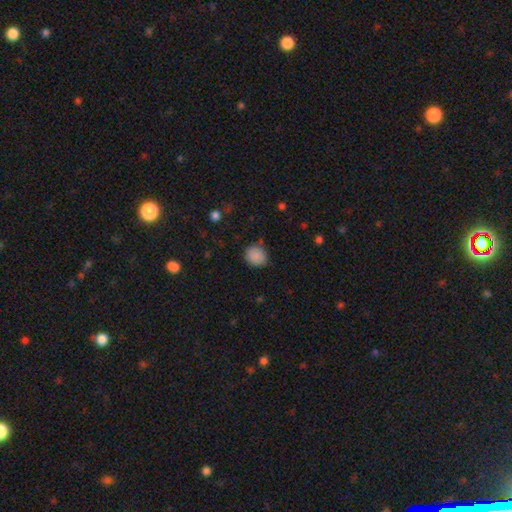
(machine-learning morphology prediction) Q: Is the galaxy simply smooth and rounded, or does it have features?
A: smooth — 88%.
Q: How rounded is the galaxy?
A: round — 73%.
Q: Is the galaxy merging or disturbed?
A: none — 82%.